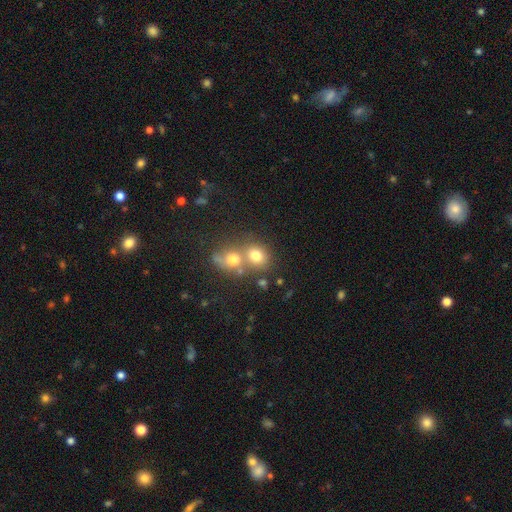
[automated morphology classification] Q: Smooth or featured?
A: smooth (73%); runner-up: star or artifact (14%)
Q: How rounded?
A: round (68%); runner-up: in between (31%)
Q: Merging?
A: merger (50%); runner-up: none (38%)